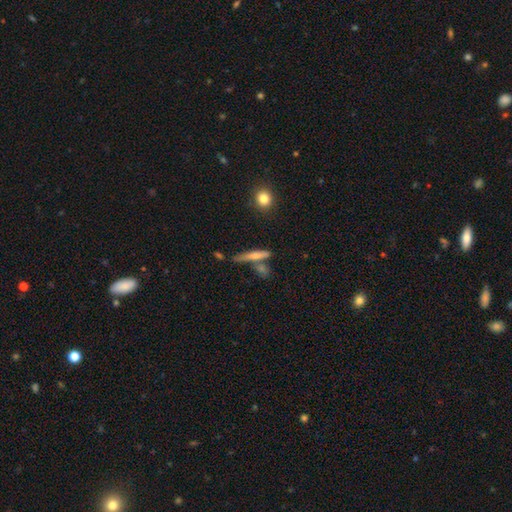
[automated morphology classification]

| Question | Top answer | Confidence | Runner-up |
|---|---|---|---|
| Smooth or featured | smooth | 55% | featured or disk (37%) |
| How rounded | cigar-shaped | 84% | in between (13%) |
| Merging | none | 60% | merger (18%) |